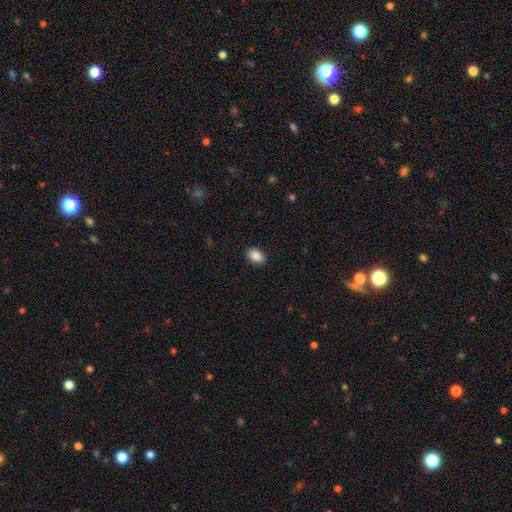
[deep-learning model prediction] Smooth or featured: smooth — 88% (star or artifact — 8%)
How rounded: in between — 86% (round — 12%)
Merging: none — 89% (minor disturbance — 8%)